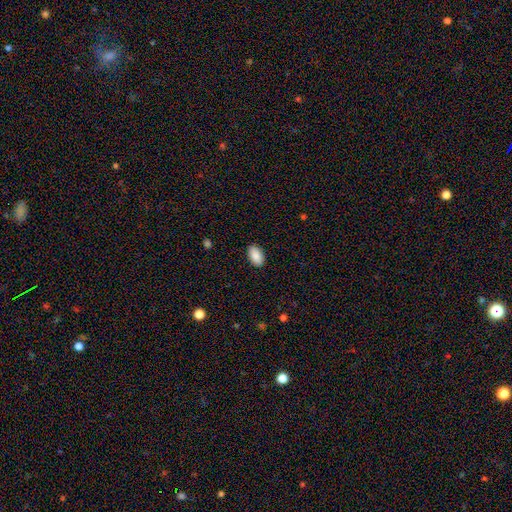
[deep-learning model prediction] Smooth or featured: smooth — 89% (star or artifact — 7%)
How rounded: in between — 94% (round — 4%)
Merging: none — 89% (minor disturbance — 9%)